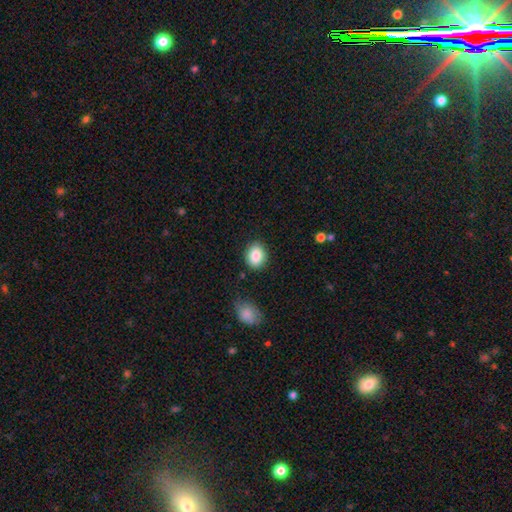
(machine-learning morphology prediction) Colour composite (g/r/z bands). It shows a smooth galaxy with no disk features (86%) that is round (52%). Merging: none (84%).